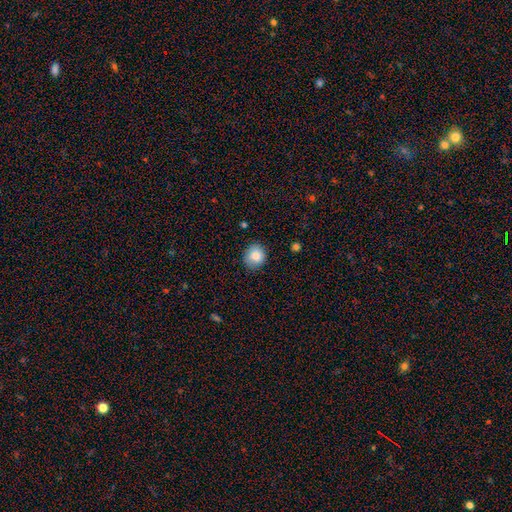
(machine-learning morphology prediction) smooth 86%, star or artifact 8%, featured or disk 6%. Down the decision tree: how rounded — round (75%); merging — none (84%).